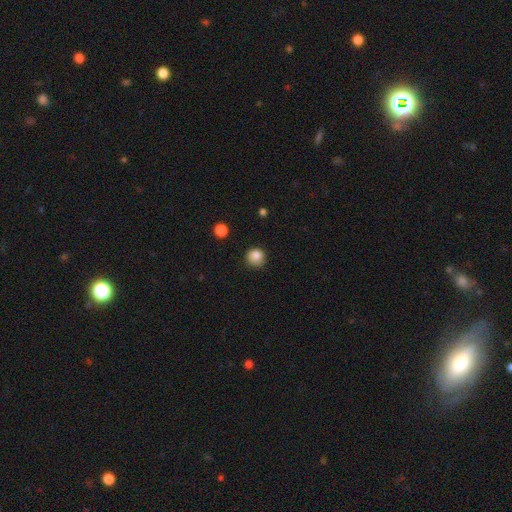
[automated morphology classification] This is clearly a smooth galaxy (85%). How rounded: clearly round (90%). Merging: likely none (75%).